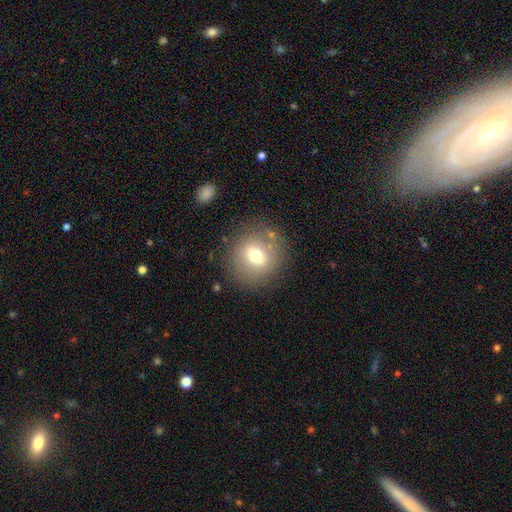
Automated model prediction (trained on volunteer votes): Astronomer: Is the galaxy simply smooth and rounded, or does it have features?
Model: smooth — 65%.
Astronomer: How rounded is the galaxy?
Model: round — 89%.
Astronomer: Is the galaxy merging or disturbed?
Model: none — 82%.